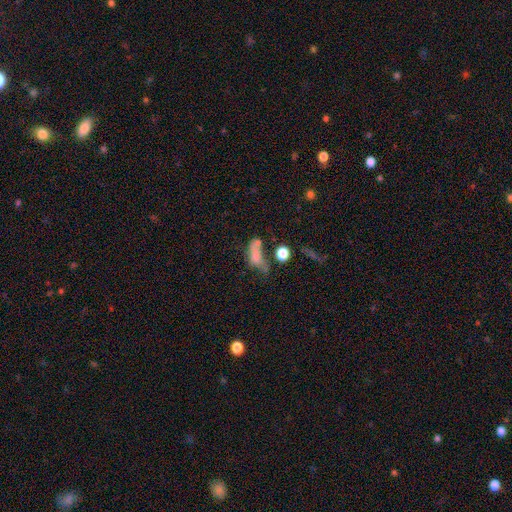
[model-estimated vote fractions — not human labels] smooth 60%, featured or disk 24%, star or artifact 16%. Down the decision tree: how rounded — in between (71%); merging — major disturbance (34%).